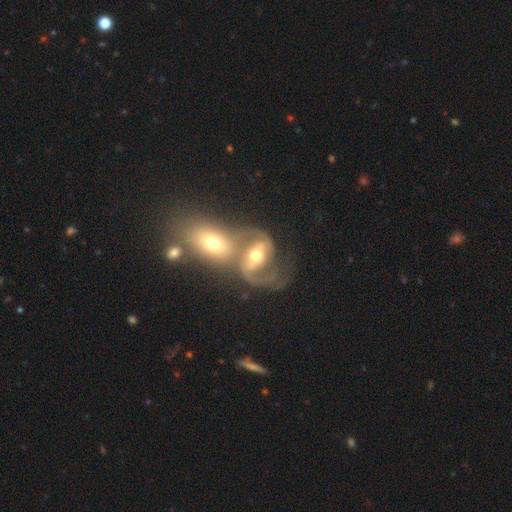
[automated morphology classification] Smooth or featured? Predicted: featured or disk (p=0.79). Edge-on disk? Predicted: no (p=0.96). Bar? Predicted: weak (p=0.37, tied with strong). Spiral arms? Predicted: yes (p=0.89). Spiral winding? Predicted: medium (p=0.51). Spiral arm count? Predicted: 2 (p=0.85). Bulge size? Predicted: moderate (p=0.68). Merging? Predicted: merger (p=0.56).